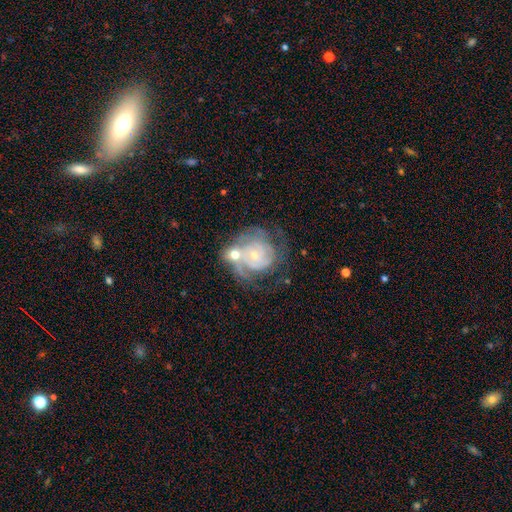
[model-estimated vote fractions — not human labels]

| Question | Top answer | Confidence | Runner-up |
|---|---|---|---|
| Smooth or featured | featured or disk | 81% | smooth (13%) |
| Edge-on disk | no | 98% | yes (2%) |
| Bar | no | 75% | weak (21%) |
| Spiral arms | yes | 92% | no (8%) |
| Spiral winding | tight | 66% | medium (27%) |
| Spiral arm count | can't tell | 35% | 2 (23%) |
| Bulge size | small | 71% | moderate (24%) |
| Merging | none | 40% | merger (28%) |